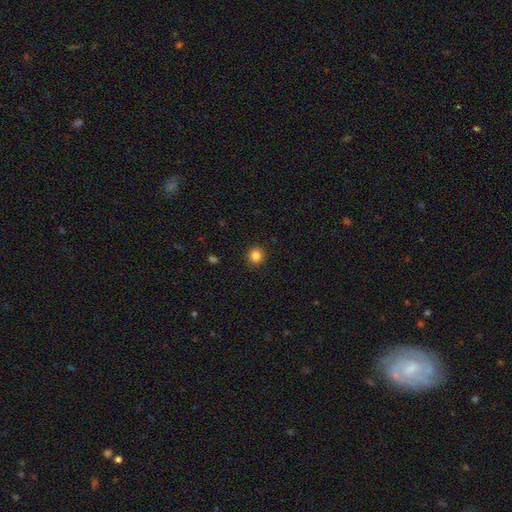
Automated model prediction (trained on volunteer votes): smooth-or-featured: smooth: 84% | star or artifact: 11% | featured or disk: 4%
  how-rounded: round: 91% | in between: 8% | cigar-shaped: 1%
  merging: none: 92% | minor disturbance: 5% | major disturbance: 2% | merger: 1%